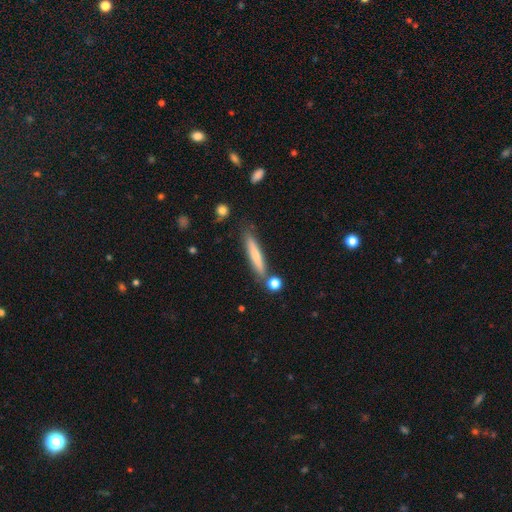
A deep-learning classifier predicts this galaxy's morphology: type=smooth (65%); roundness=cigar-shaped (93%); merging=none (78%).